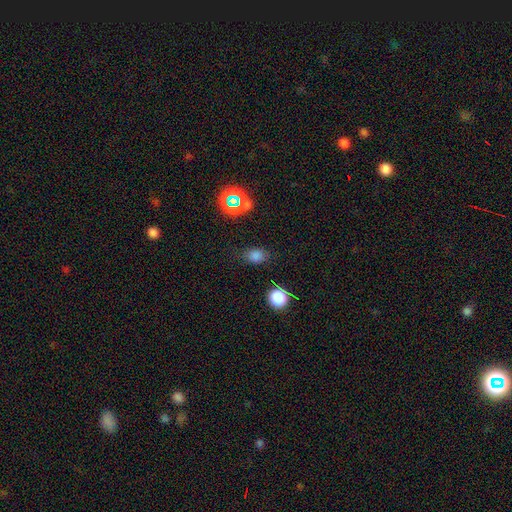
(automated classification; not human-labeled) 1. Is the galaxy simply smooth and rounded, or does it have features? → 74% smooth, 20% star or artifact, 6% featured or disk.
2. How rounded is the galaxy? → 68% in between, 30% round, 2% cigar-shaped.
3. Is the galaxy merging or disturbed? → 77% none, 15% minor disturbance, 5% major disturbance, 2% merger.